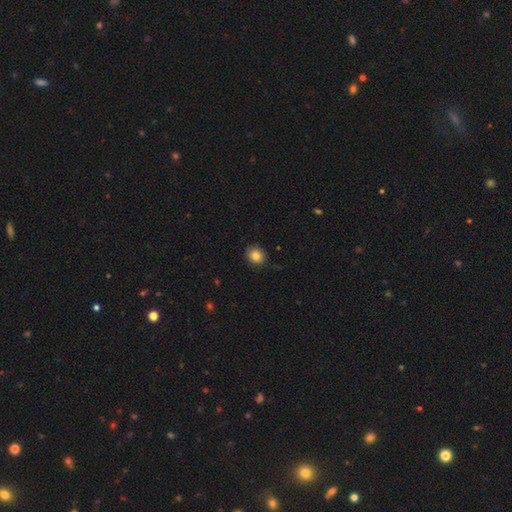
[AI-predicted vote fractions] Morphology: type=smooth (84%); roundness=round (75%); merging=none (88%).